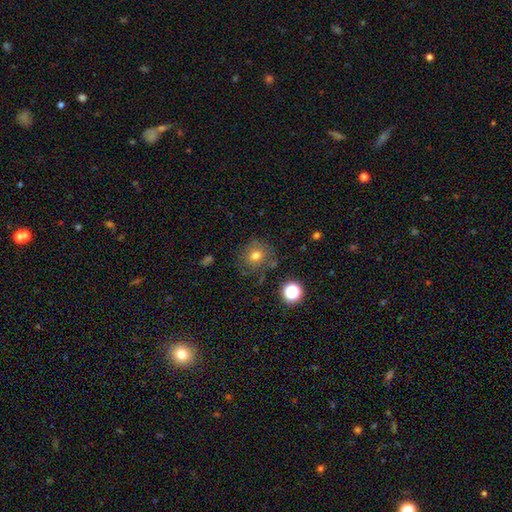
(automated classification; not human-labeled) smooth-or-featured: smooth: 72% | star or artifact: 15% | featured or disk: 13%
  how-rounded: round: 82% | in between: 17% | cigar-shaped: 1%
  merging: none: 73% | minor disturbance: 16% | major disturbance: 7% | merger: 4%